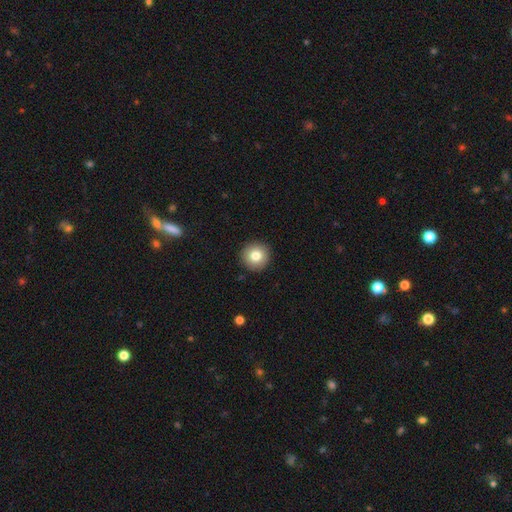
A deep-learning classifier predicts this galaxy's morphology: smooth-or-featured: smooth: 80% | featured or disk: 10% | star or artifact: 10%
  how-rounded: round: 96% | in between: 3% | cigar-shaped: 1%
  merging: none: 92% | minor disturbance: 5% | major disturbance: 2% | merger: 1%